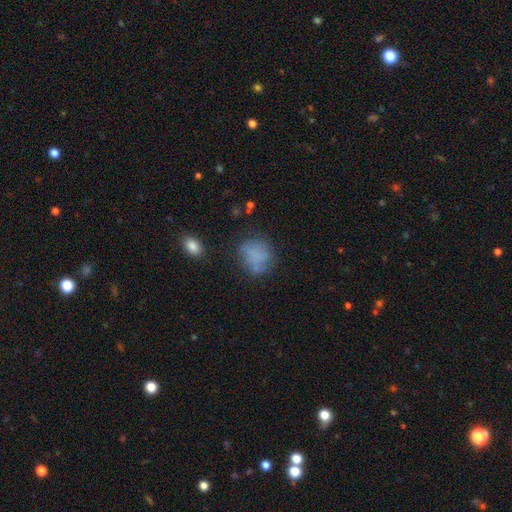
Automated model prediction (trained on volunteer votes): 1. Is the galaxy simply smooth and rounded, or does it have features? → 71% smooth, 17% featured or disk, 12% star or artifact.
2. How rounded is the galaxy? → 70% round, 29% in between, 1% cigar-shaped.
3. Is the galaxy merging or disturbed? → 57% none, 23% minor disturbance, 13% major disturbance, 6% merger.